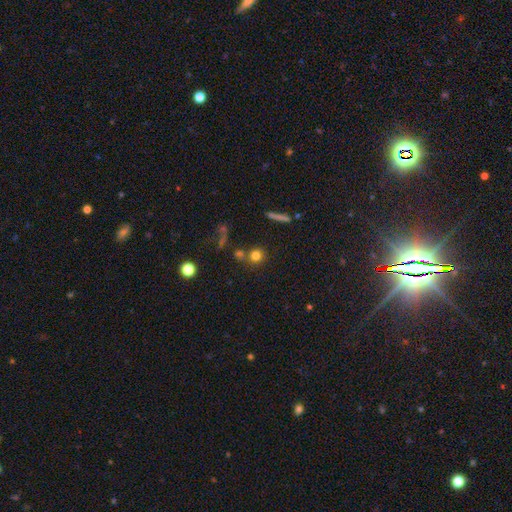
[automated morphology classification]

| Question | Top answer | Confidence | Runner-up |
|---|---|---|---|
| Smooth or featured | smooth | 76% | star or artifact (14%) |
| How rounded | round | 90% | in between (8%) |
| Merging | none | 72% | merger (15%) |